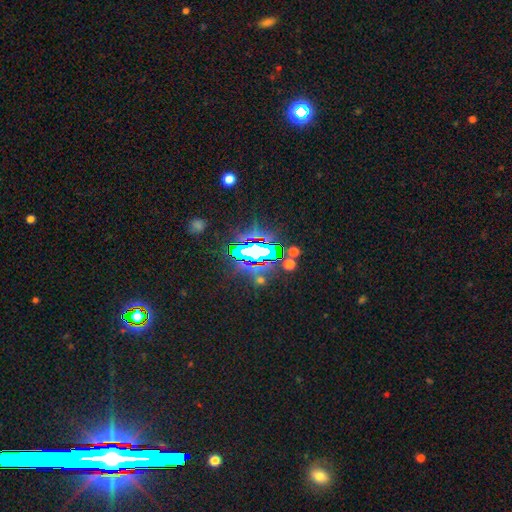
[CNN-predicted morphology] This appears to be a star or artifact, not a galaxy (69%).